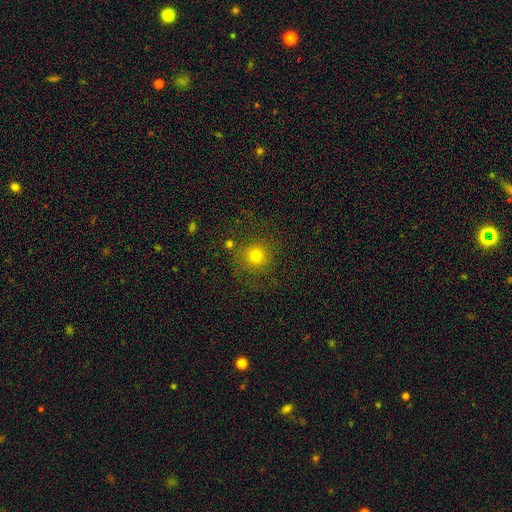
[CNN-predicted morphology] smooth-or-featured: smooth: 71% | star or artifact: 16% | featured or disk: 14%
  how-rounded: round: 92% | in between: 7% | cigar-shaped: 1%
  merging: none: 76% | minor disturbance: 12% | major disturbance: 8% | merger: 3%